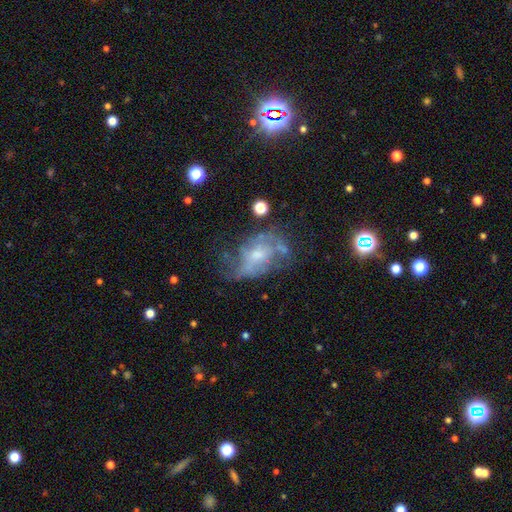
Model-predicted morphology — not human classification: This appears to be a featured or disk galaxy (67%) with no bar (67%), spiral arms (60%) and a small central bulge (51%). Merging: none (42%).